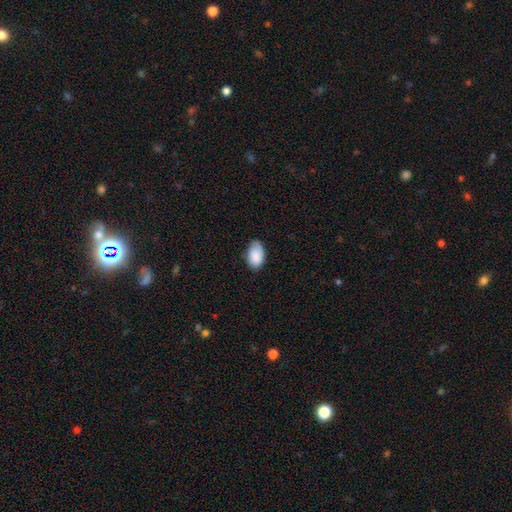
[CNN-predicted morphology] smooth-or-featured: smooth: 87% | featured or disk: 6% | star or artifact: 6%
  how-rounded: in between: 94% | round: 5% | cigar-shaped: 1%
  merging: none: 73% | minor disturbance: 23% | major disturbance: 3% | merger: 1%